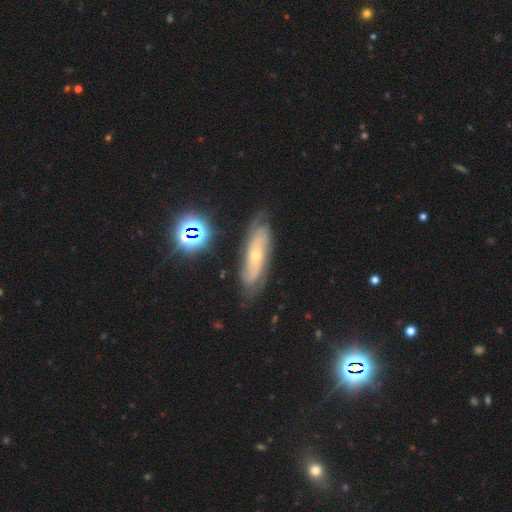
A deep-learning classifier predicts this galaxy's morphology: type=featured or disk (77%); edge-on=no (83%); bar=no (71%); spiral arms=yes (93%); winding=tight (58%); arm count=2 (40%); bulge=small (70%); merging=none (73%).